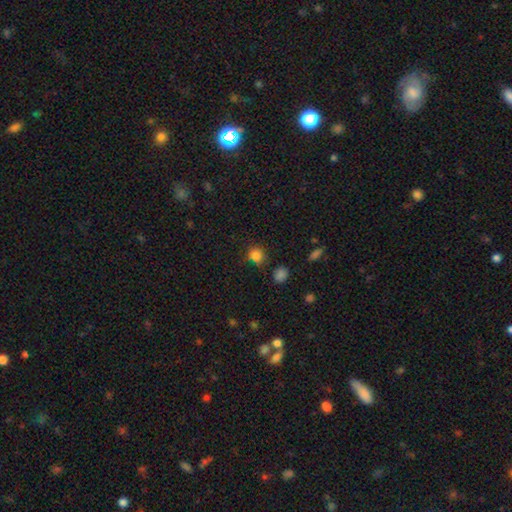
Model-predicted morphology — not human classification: Overall: smooth (80%). How rounded: round (83%). Merging: none (72%).